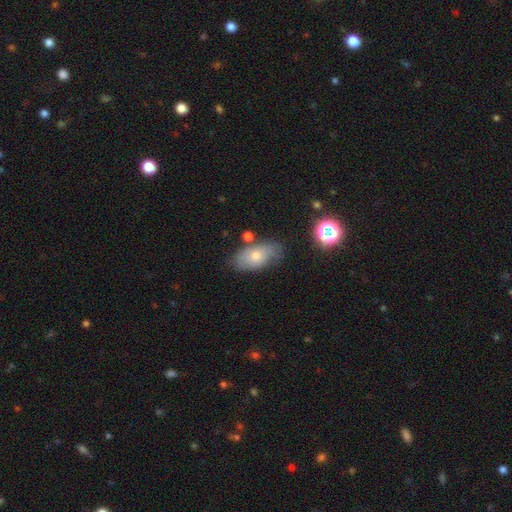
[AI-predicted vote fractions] Q: Smooth or featured?
A: smooth (57%); runner-up: featured or disk (32%)
Q: How rounded?
A: in between (89%); runner-up: round (7%)
Q: Merging?
A: none (69%); runner-up: minor disturbance (21%)